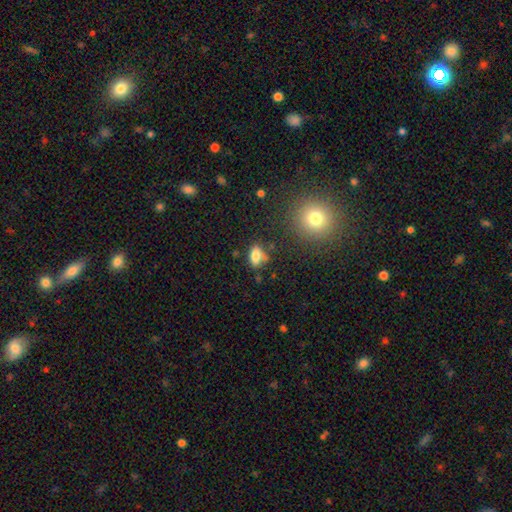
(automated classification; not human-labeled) This is likely a smooth galaxy (76%). How rounded: clearly in between (82%). Merging: likely none (62%).